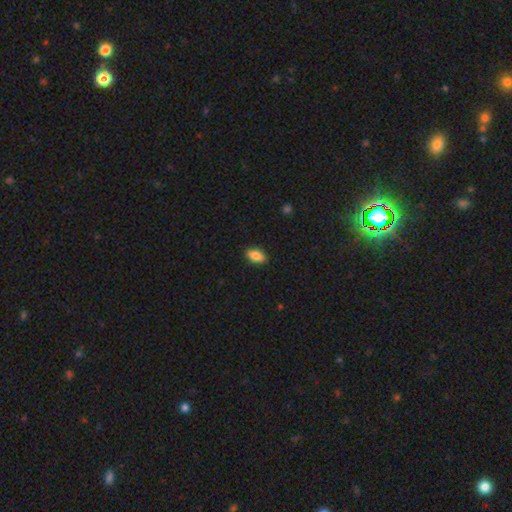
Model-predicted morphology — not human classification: The model was most divided on "smooth or featured": smooth: 84%, featured or disk: 9%, star or artifact: 7%. More confident: how rounded — in between (89%); merging — none (89%).